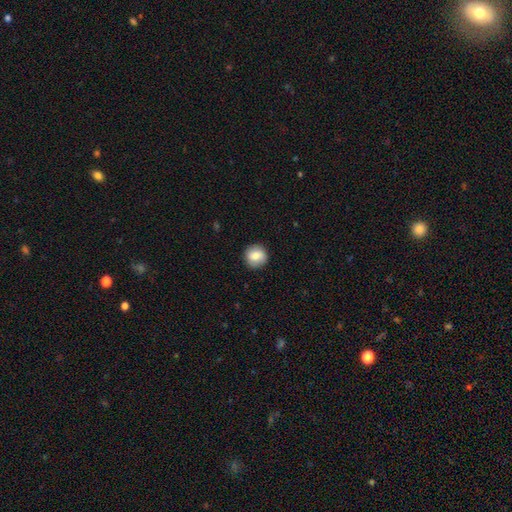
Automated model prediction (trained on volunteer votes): smooth_or_featured: smooth (p=0.81) [alt: featured or disk p=0.11]
how_rounded: round (p=0.93) [alt: in between p=0.06]
merging: none (p=0.89) [alt: minor disturbance p=0.08]